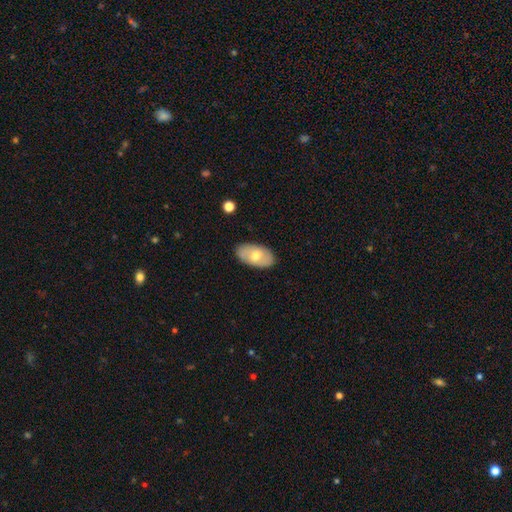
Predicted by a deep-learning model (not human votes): Smooth or featured? smooth (61%)
How rounded? in between (93%)
Merging? none (86%)